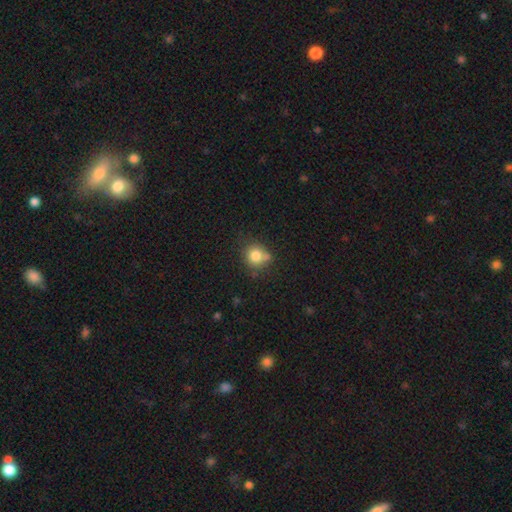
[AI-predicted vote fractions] A smooth galaxy with no disk features (79%) that is round (82%).

Vote fractions:
- Smooth or featured? smooth: 79% / star or artifact: 11% / featured or disk: 9%
- How rounded? round: 82% / in between: 17% / cigar-shaped: 1%
- Merging? none: 61% / minor disturbance: 19% / merger: 15% / major disturbance: 5%